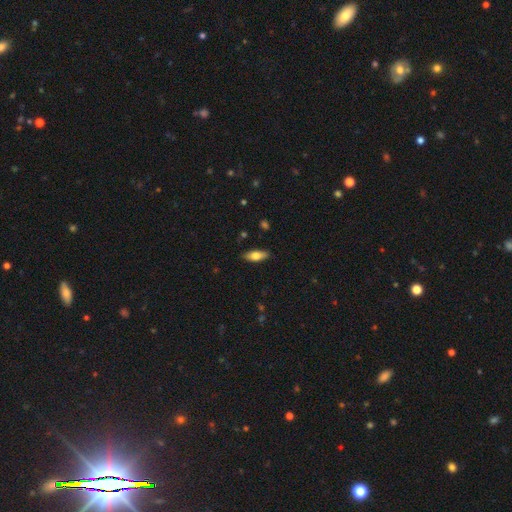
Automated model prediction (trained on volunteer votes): Smooth or featured: smooth — 70% (featured or disk — 24%)
How rounded: in between — 75% (cigar-shaped — 22%)
Merging: none — 86% (minor disturbance — 11%)